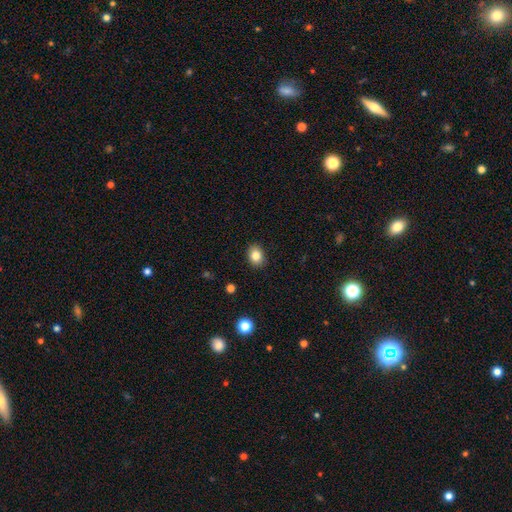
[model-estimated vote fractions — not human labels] Q: Smooth or featured?
A: smooth (83%); runner-up: star or artifact (10%)
Q: How rounded?
A: in between (54%); runner-up: round (45%)
Q: Merging?
A: none (89%); runner-up: minor disturbance (8%)